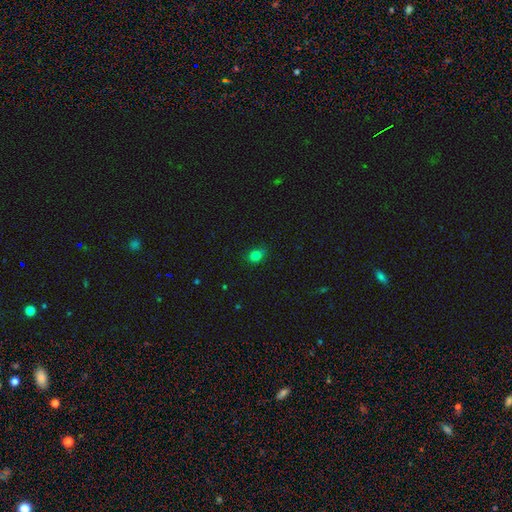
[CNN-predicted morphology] smooth 80%, star or artifact 15%, featured or disk 6%. Down the decision tree: how rounded — round (52%); merging — none (77%).